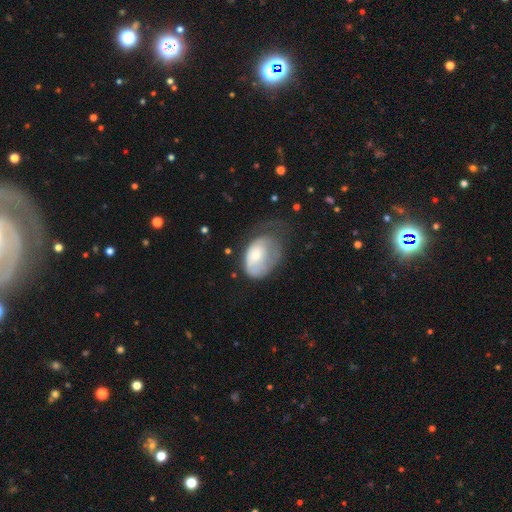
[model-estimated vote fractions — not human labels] This is possibly a smooth galaxy (57%). How rounded: clearly in between (82%). Merging: possibly major disturbance (46%).